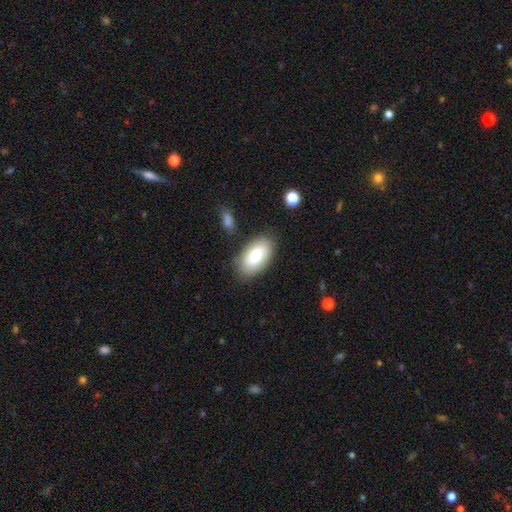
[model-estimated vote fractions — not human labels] smooth-or-featured: smooth: 74% | featured or disk: 20% | star or artifact: 7%
  how-rounded: in between: 93% | round: 5% | cigar-shaped: 2%
  merging: none: 81% | minor disturbance: 13% | major disturbance: 4% | merger: 3%